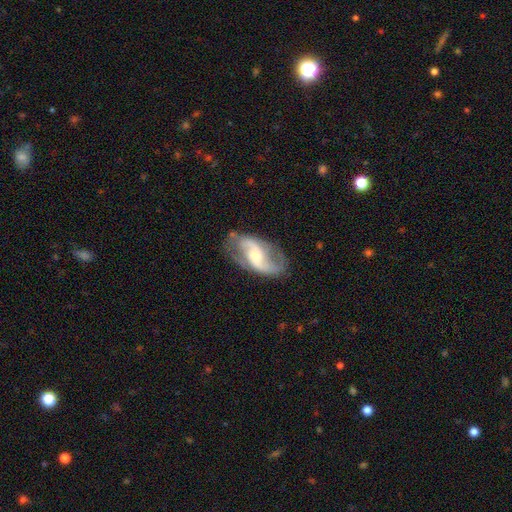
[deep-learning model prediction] Overall: featured or disk (84%). Edge-on disk: no (96%). Bar: weak (43%; no 38%). Spiral arms: yes (94%). Spiral arm count: 2 (89%). Spiral winding: loose (46%; medium 42%). Bulge size: moderate (49%; small 42%). Merging: none (73%).